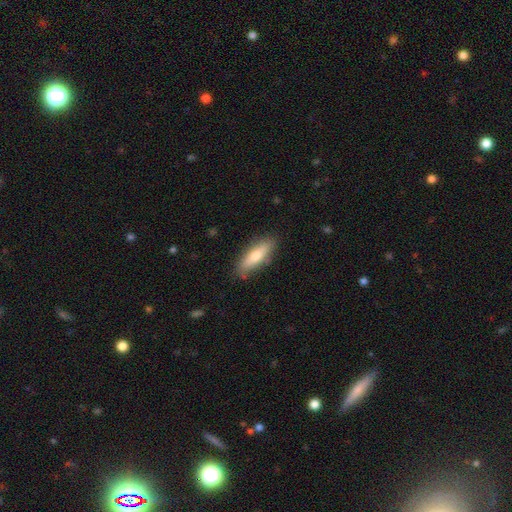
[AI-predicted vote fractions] Smooth or featured: smooth — 69% (featured or disk — 25%)
How rounded: cigar-shaped — 51% (in between — 48%)
Merging: none — 83% (minor disturbance — 13%)